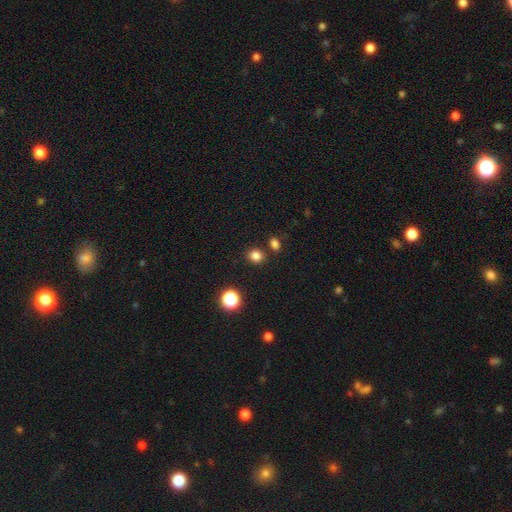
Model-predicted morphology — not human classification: Smooth or featured? smooth (82%)
How rounded? round (73%)
Merging? none (81%)